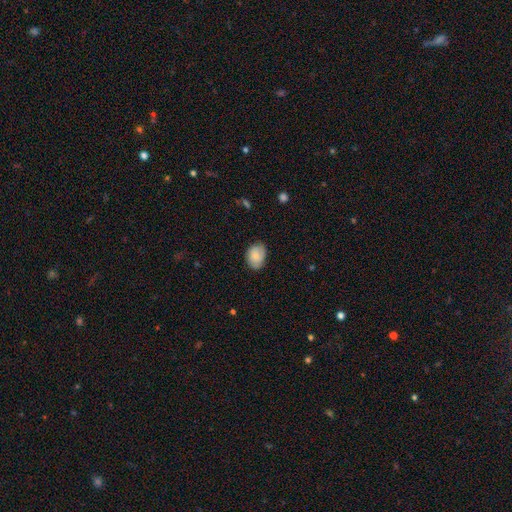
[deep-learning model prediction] smooth-or-featured: smooth: 79% | featured or disk: 14% | star or artifact: 7%
  how-rounded: in between: 72% | round: 27% | cigar-shaped: 1%
  merging: none: 69% | minor disturbance: 25% | major disturbance: 5% | merger: 1%